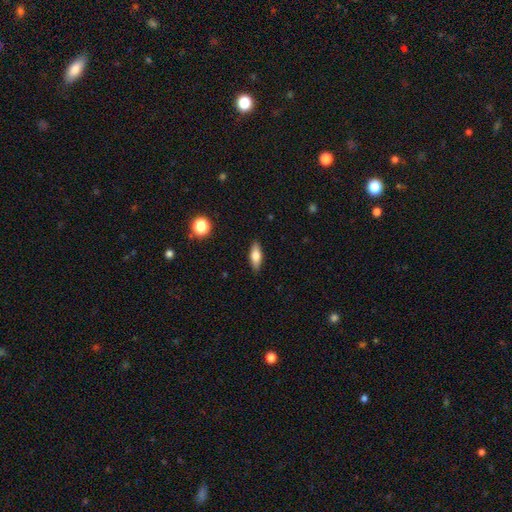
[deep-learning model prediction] smooth 71%, featured or disk 22%, star or artifact 7%. Down the decision tree: how rounded — in between (65%); merging — none (88%).